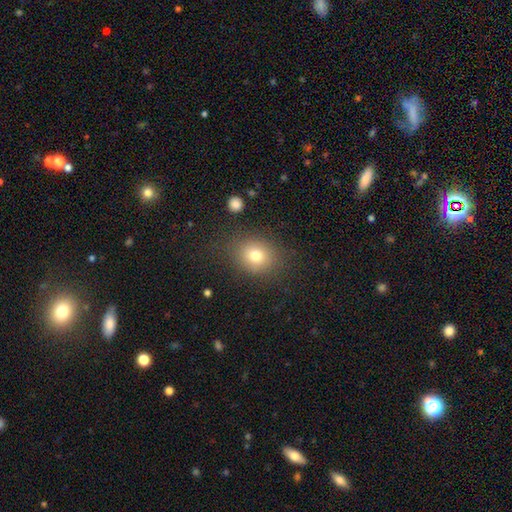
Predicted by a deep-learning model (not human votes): Smooth or featured? smooth (76%)
How rounded? round (65%)
Merging? none (81%)